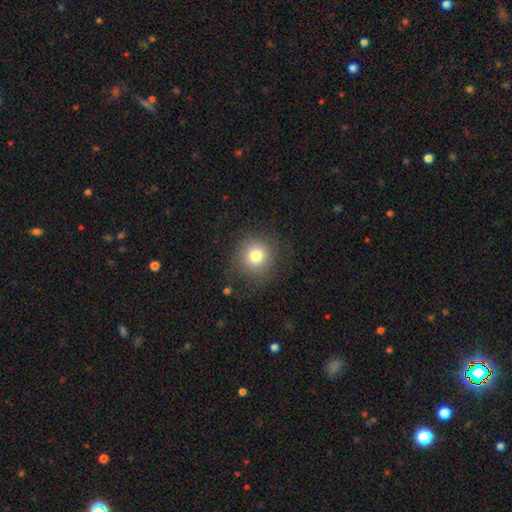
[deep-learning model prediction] A smooth galaxy with no disk features (77%) that is round (92%).

Vote fractions:
- Smooth or featured? smooth: 77% / star or artifact: 12% / featured or disk: 11%
- How rounded? round: 92% / in between: 7% / cigar-shaped: 1%
- Merging? none: 81% / minor disturbance: 12% / major disturbance: 6% / merger: 1%